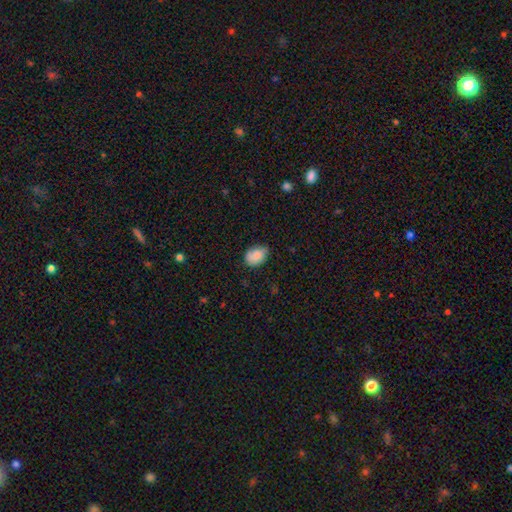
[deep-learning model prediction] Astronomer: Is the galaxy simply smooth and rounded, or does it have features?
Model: smooth — 84%.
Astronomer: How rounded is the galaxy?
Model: in between — 74%.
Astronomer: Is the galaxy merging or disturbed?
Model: none — 68%.